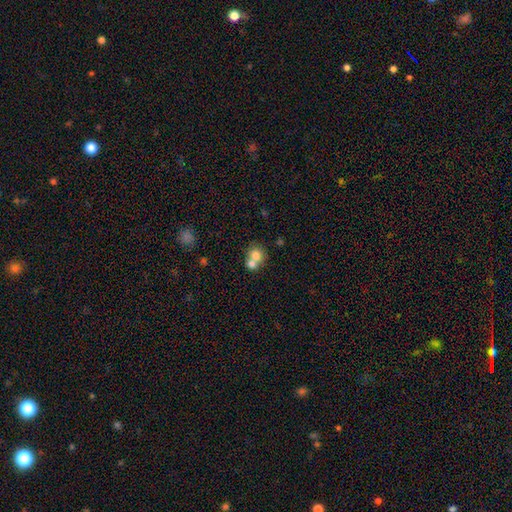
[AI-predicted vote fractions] smooth-or-featured: smooth: 75% | featured or disk: 15% | star or artifact: 10%
  how-rounded: round: 77% | in between: 22% | cigar-shaped: 1%
  merging: merger: 59% | none: 33% | minor disturbance: 6% | major disturbance: 3%